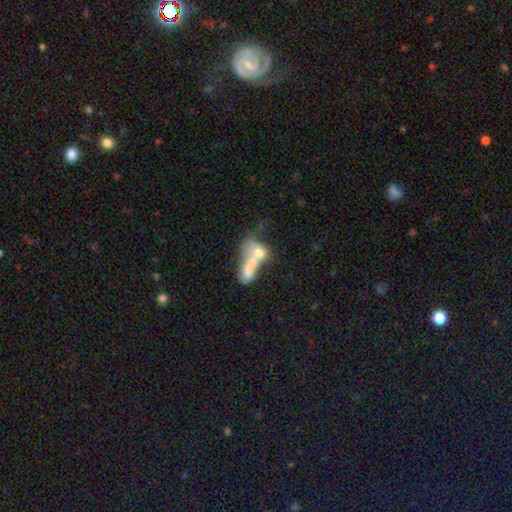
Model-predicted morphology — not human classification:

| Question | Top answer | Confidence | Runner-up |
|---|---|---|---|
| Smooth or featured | smooth | 60% | featured or disk (31%) |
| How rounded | in between | 60% | cigar-shaped (26%) |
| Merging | merger | 65% | none (14%) |